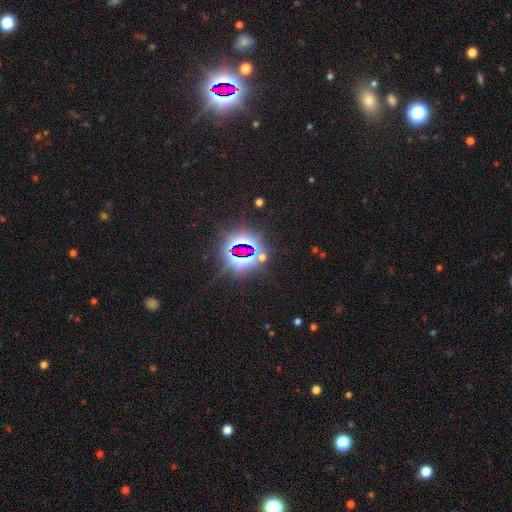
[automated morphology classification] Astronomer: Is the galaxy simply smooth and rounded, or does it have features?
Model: star or artifact — 79%.